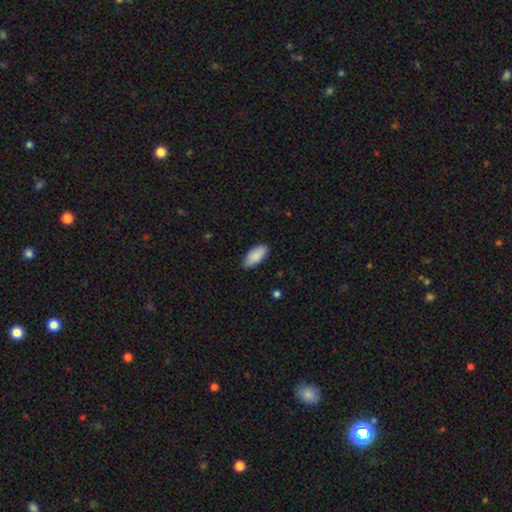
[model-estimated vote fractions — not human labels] The model was most divided on "merging": none: 86%, minor disturbance: 11%, major disturbance: 2%, merger: 1%. More confident: smooth or featured — smooth (90%); how rounded — in between (89%).